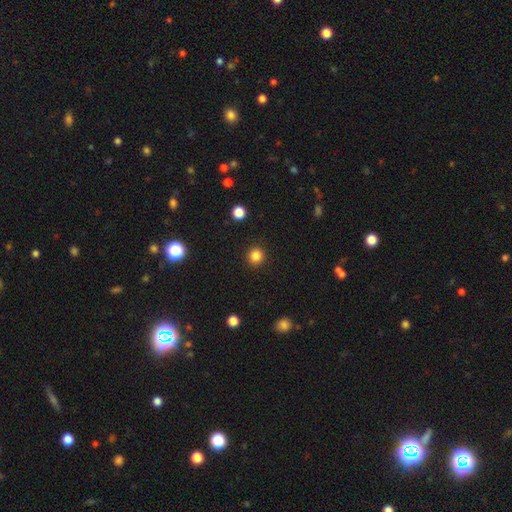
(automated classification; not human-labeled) The model was most divided on "smooth or featured": smooth: 84%, star or artifact: 12%, featured or disk: 4%. More confident: how rounded — round (93%); merging — none (92%).